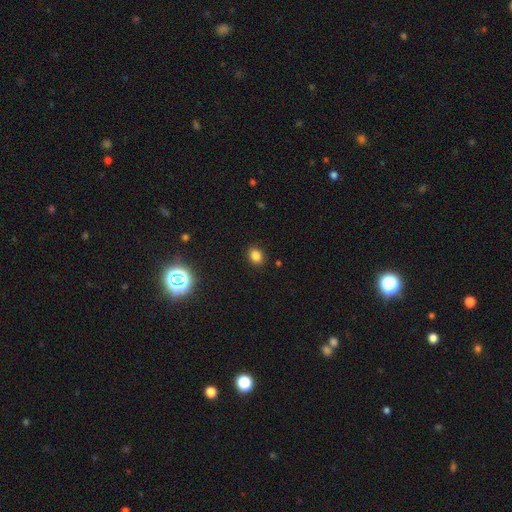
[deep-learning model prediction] smooth-or-featured: smooth: 82% | star or artifact: 13% | featured or disk: 5%
  how-rounded: in between: 61% | round: 37% | cigar-shaped: 1%
  merging: none: 88% | minor disturbance: 8% | major disturbance: 2% | merger: 1%